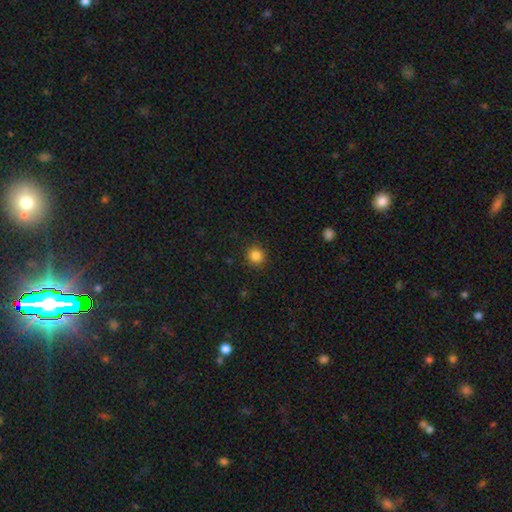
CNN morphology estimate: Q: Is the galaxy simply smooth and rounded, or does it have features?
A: smooth — 85%.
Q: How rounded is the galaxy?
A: round — 92%.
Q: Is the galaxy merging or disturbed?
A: none — 91%.